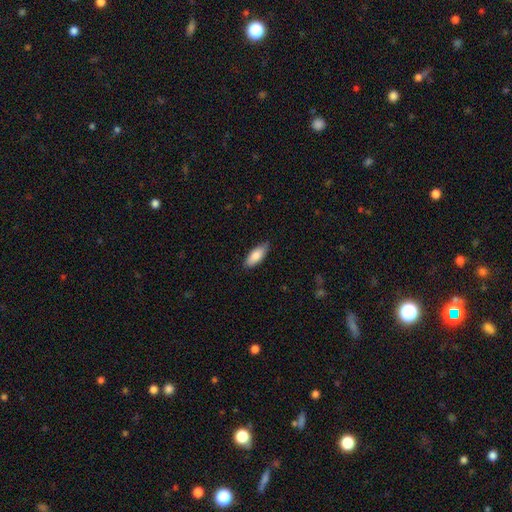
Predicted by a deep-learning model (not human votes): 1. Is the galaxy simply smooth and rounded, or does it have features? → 84% smooth, 11% featured or disk, 6% star or artifact.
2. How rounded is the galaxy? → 78% in between, 20% cigar-shaped, 2% round.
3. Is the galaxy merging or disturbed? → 82% none, 15% minor disturbance, 2% major disturbance, 1% merger.